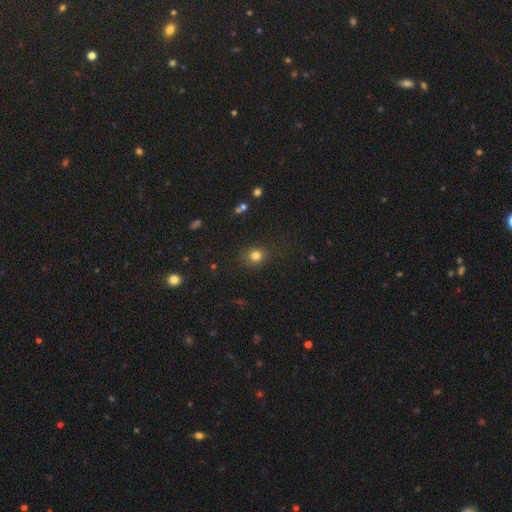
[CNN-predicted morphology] smooth 79%, star or artifact 15%, featured or disk 6%. Down the decision tree: how rounded — round (81%); merging — none (86%).